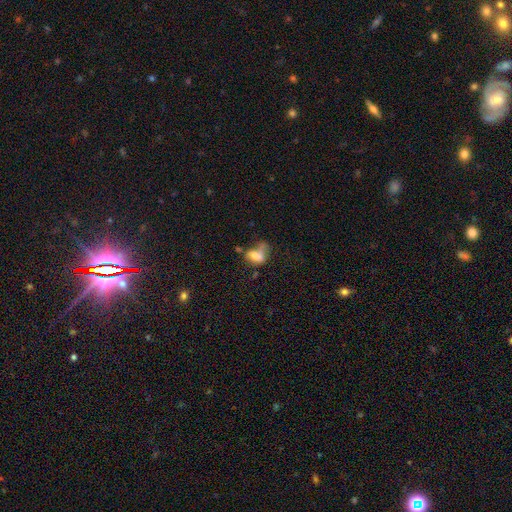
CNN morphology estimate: Q: Smooth or featured?
A: smooth (59%); runner-up: featured or disk (28%)
Q: How rounded?
A: in between (75%); runner-up: round (23%)
Q: Merging?
A: merger (35%); runner-up: major disturbance (26%)